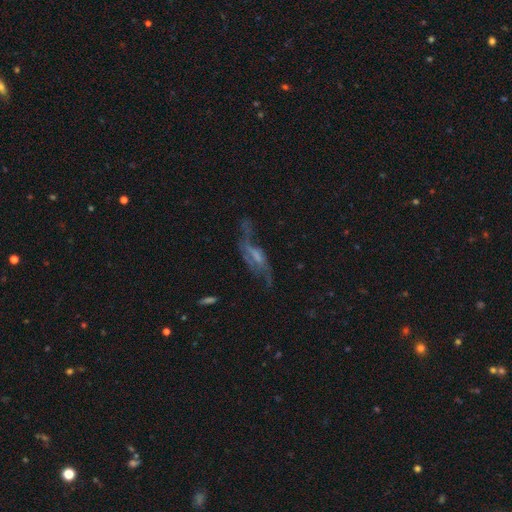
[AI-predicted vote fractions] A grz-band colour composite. It shows a featured or disk galaxy (69%) with a weak bar (42%), spiral arms (74%) and no central bulge (41%). Merging: none (38%).